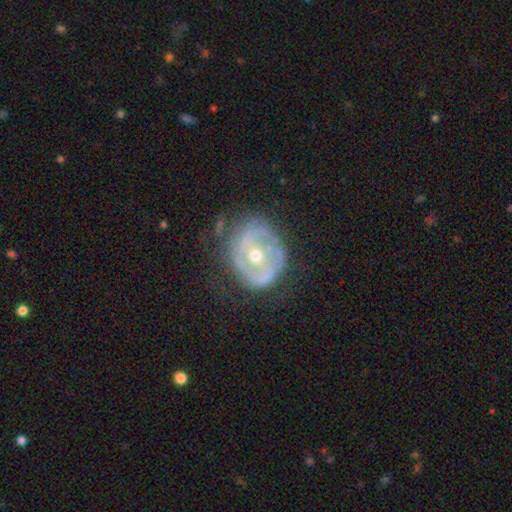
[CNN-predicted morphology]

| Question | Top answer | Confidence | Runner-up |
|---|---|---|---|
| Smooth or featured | featured or disk | 74% | smooth (19%) |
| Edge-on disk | no | 96% | yes (4%) |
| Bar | no | 60% | weak (26%) |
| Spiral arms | yes | 55% | no (45%) |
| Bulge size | moderate | 59% | small (38%) |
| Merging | none | 55% | minor disturbance (26%) |